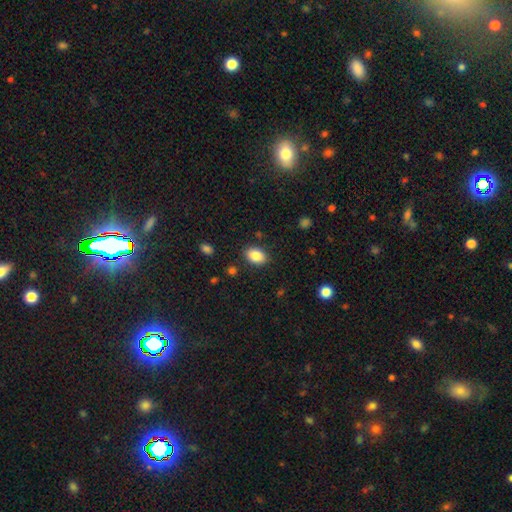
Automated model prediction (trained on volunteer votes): The model was most divided on "how rounded": in between: 83%, round: 15%, cigar-shaped: 1%. More confident: smooth or featured — smooth (87%); merging — none (86%).